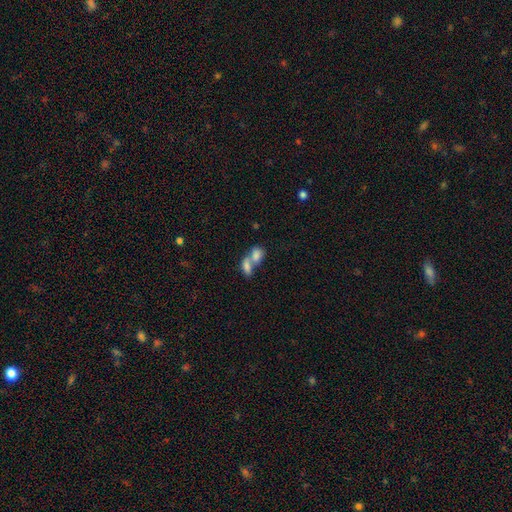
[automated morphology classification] Q: Smooth or featured?
A: smooth (77%); runner-up: featured or disk (14%)
Q: How rounded?
A: in between (80%); runner-up: round (16%)
Q: Merging?
A: merger (72%); runner-up: none (18%)